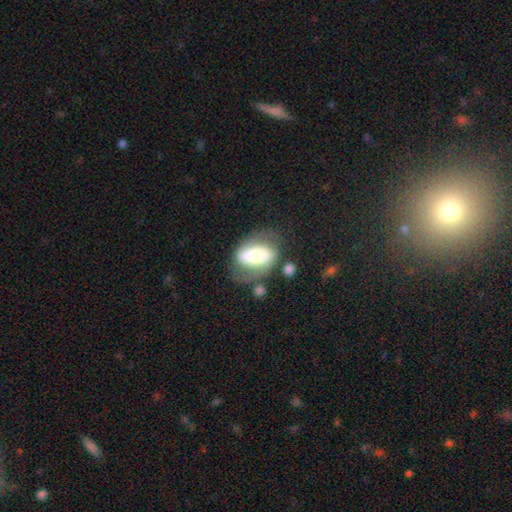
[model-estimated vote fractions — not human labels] Q: Smooth or featured?
A: smooth (48%); runner-up: featured or disk (45%)
Q: Merging?
A: none (51%); runner-up: minor disturbance (24%)